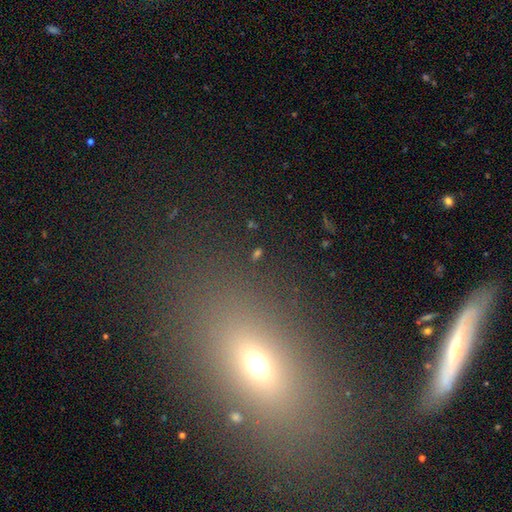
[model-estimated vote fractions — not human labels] Smooth or featured: smooth — 46% (star or artifact — 38%)
Merging: none — 78% (minor disturbance — 10%)